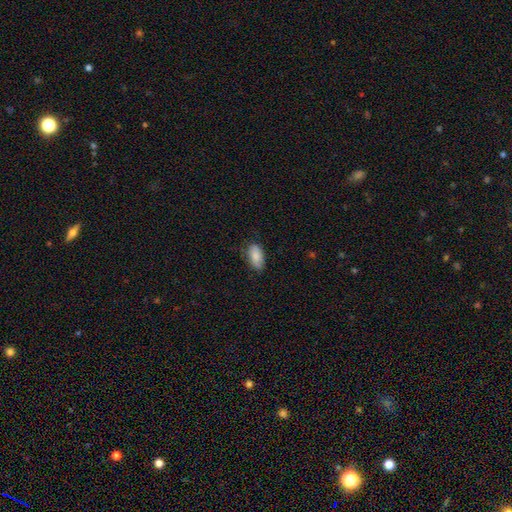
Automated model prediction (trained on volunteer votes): This is clearly a smooth galaxy (86%). How rounded: clearly in between (92%). Merging: likely none (74%).